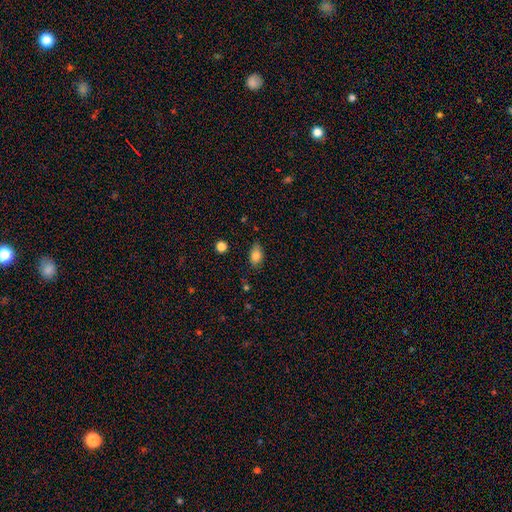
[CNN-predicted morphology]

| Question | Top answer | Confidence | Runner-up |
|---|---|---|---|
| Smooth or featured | smooth | 84% | star or artifact (9%) |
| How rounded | in between | 85% | round (12%) |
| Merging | none | 72% | minor disturbance (22%) |